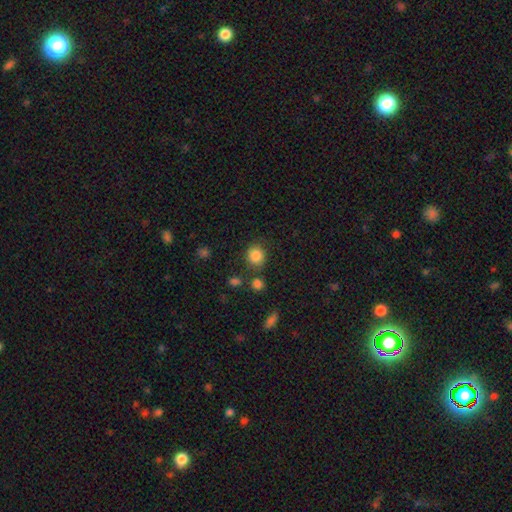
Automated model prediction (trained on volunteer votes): Smooth or featured? Predicted: smooth (p=0.85). How rounded? Predicted: round (p=0.80). Merging? Predicted: none (p=0.75).